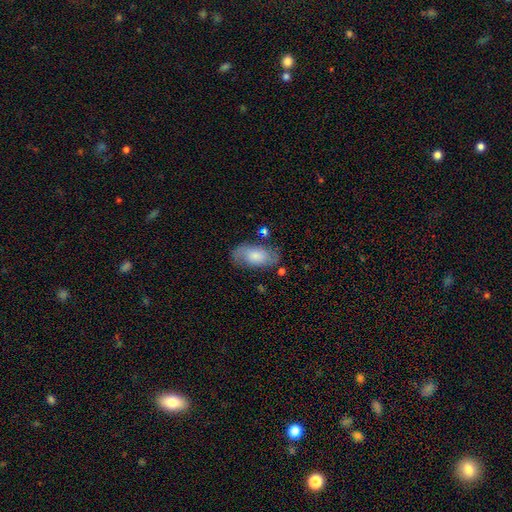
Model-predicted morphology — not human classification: This is likely a smooth galaxy (64%). How rounded: clearly in between (92%). Merging: likely none (67%).